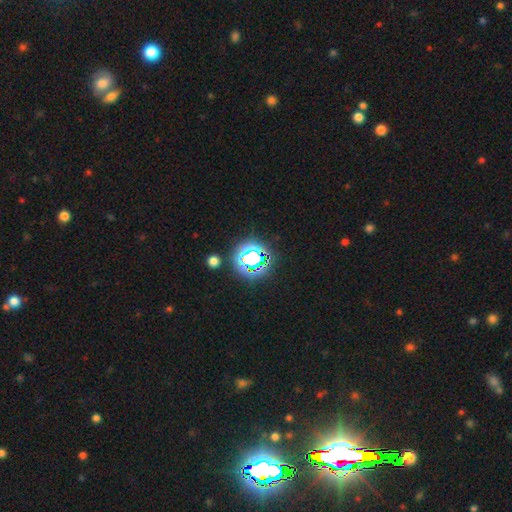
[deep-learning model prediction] A star or artifact, not a galaxy (69%).

Vote fractions:
- Smooth or featured? star or artifact: 69% / smooth: 21% / featured or disk: 10%